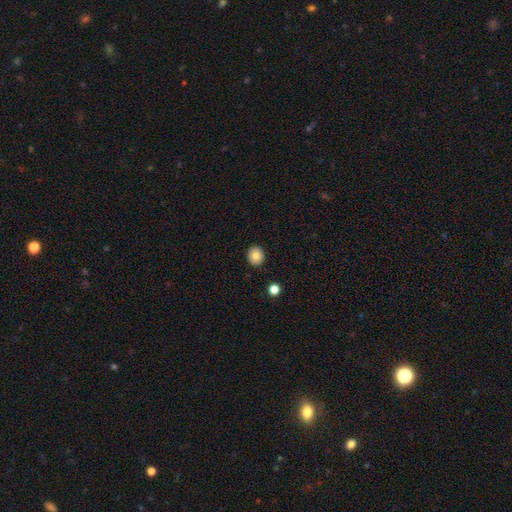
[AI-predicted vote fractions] Smooth or featured? Predicted: smooth (p=0.84). How rounded? Predicted: round (p=0.81). Merging? Predicted: none (p=0.91).